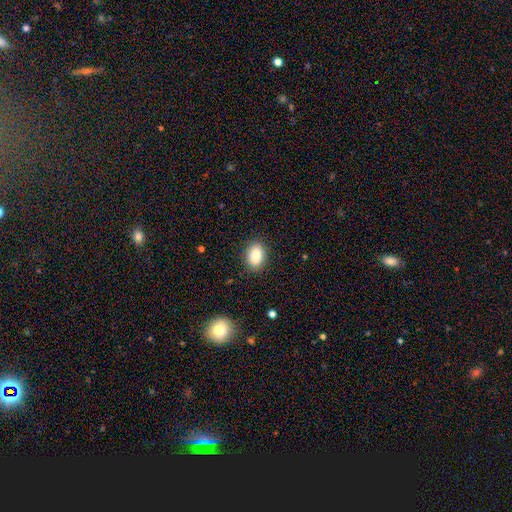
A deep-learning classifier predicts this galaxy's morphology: smooth-or-featured: smooth: 87% | star or artifact: 8% | featured or disk: 5%
  how-rounded: in between: 85% | round: 14% | cigar-shaped: 1%
  merging: none: 87% | minor disturbance: 9% | major disturbance: 3% | merger: 1%